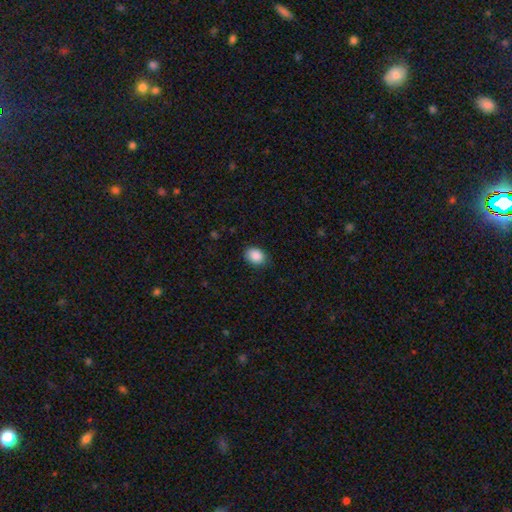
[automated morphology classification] A smooth galaxy with no disk features (89%) that is in between round and cigar-shaped (69%).

Vote fractions:
- Smooth or featured? smooth: 89% / star or artifact: 8% / featured or disk: 3%
- How rounded? in between: 69% / round: 30% / cigar-shaped: 1%
- Merging? none: 84% / minor disturbance: 12% / major disturbance: 3% / merger: 1%